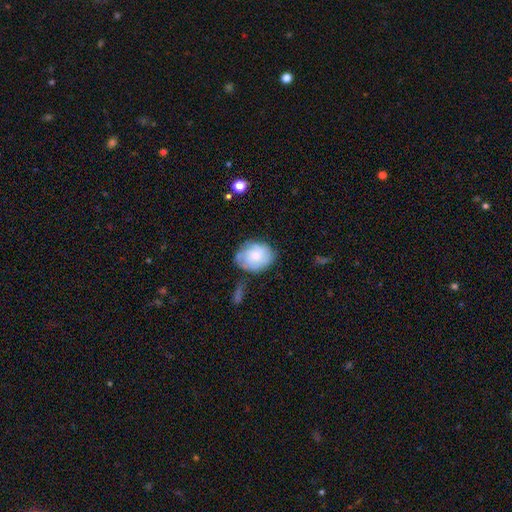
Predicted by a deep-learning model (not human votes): This appears to be a featured or disk galaxy (47%). Merging: none (66%).